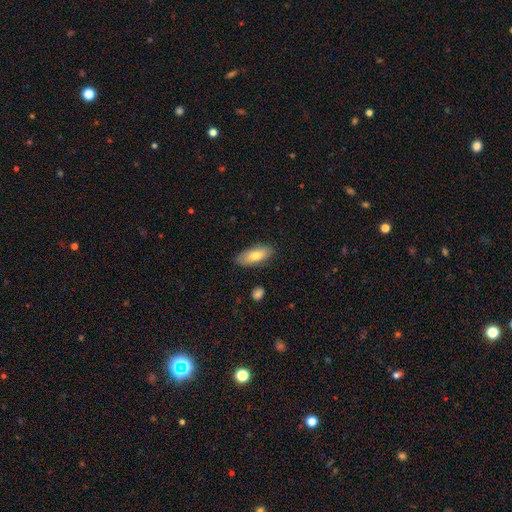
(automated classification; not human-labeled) Smooth or featured?
  - smooth: 73% *
  - featured or disk: 21%
  - star or artifact: 6%
How rounded?
  - in between: 78% *
  - cigar-shaped: 19%
  - round: 3%
Merging?
  - none: 84% *
  - minor disturbance: 12%
  - major disturbance: 2%
  - merger: 2%